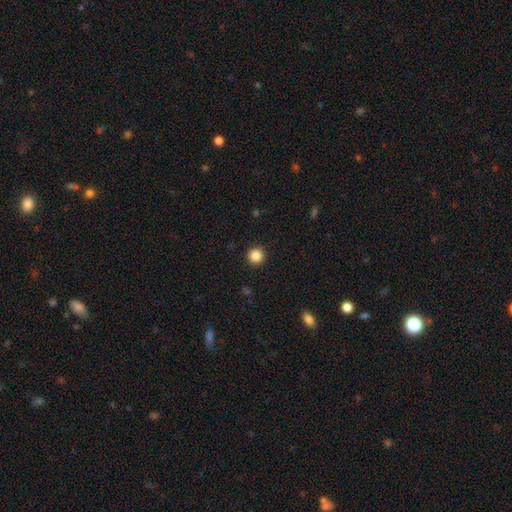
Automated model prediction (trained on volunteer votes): Smooth or featured? smooth (86%)
How rounded? round (95%)
Merging? none (93%)